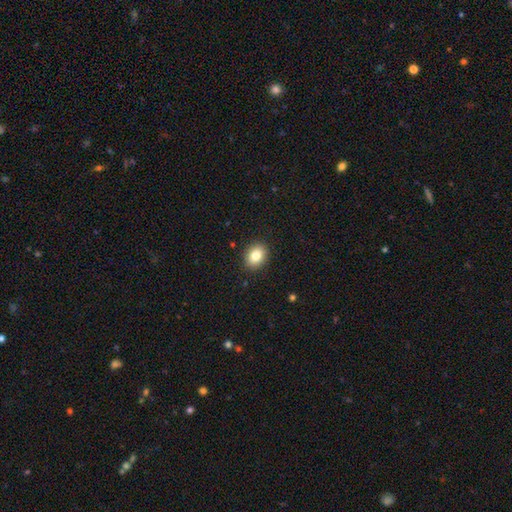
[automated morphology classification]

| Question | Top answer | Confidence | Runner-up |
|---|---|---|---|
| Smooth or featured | smooth | 83% | star or artifact (9%) |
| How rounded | in between | 61% | round (38%) |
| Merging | none | 90% | minor disturbance (7%) |